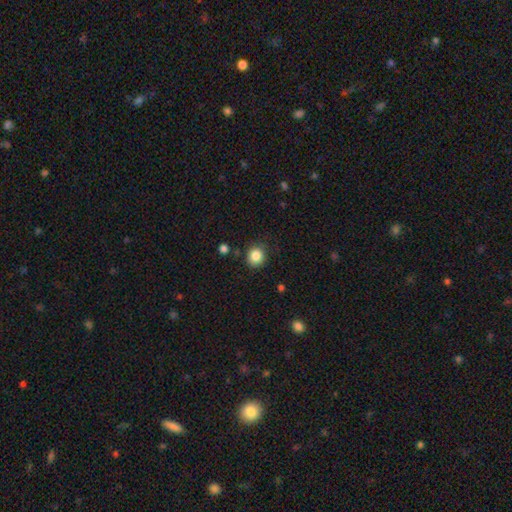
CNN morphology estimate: A smooth galaxy with no disk features (86%) that is round (84%).

Vote fractions:
- Smooth or featured? smooth: 86% / star or artifact: 10% / featured or disk: 4%
- How rounded? round: 84% / in between: 15% / cigar-shaped: 1%
- Merging? none: 84% / minor disturbance: 11% / major disturbance: 3% / merger: 2%